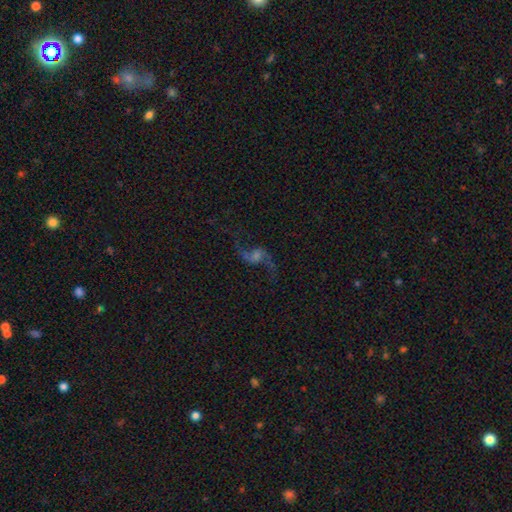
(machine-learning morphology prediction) Smooth or featured: featured or disk — 84% (star or artifact — 9%)
Edge-on disk: no — 96% (yes — 4%)
Bar: no — 48% (weak — 39%)
Spiral arms: yes — 96% (no — 4%)
Spiral winding: loose — 88% (medium — 9%)
Spiral arm count: 2 — 93% (1 — 2%)
Bulge size: small — 40% (moderate — 30%)
Merging: none — 75% (minor disturbance — 12%)